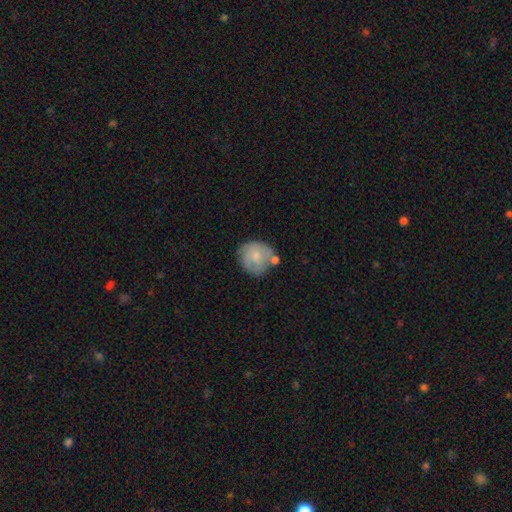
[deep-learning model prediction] Q: Smooth or featured?
A: smooth (57%); runner-up: featured or disk (36%)
Q: How rounded?
A: round (84%); runner-up: in between (15%)
Q: Merging?
A: none (55%); runner-up: minor disturbance (22%)